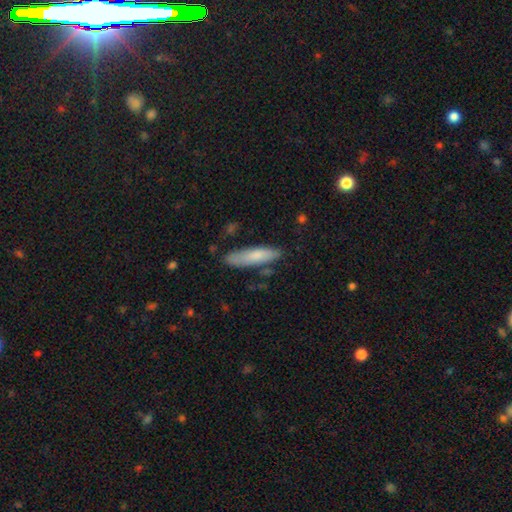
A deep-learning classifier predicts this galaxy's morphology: This appears to be a smooth galaxy with no disk features (79%) that is cigar-shaped (71%). Merging: none (76%).